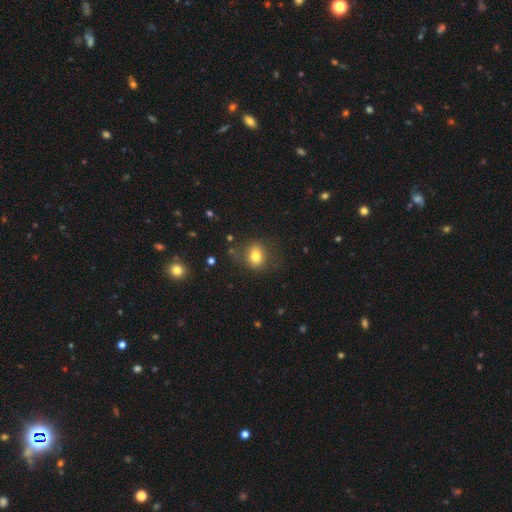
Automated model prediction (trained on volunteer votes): The model was most divided on "how rounded": round: 60%, in between: 39%, cigar-shaped: 1%. More confident: smooth or featured — smooth (77%); merging — none (74%).